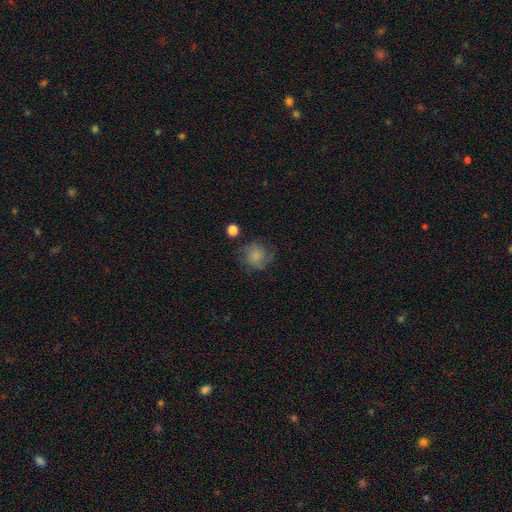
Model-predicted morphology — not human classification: Smooth or featured? Predicted: smooth (p=0.73). How rounded? Predicted: round (p=0.84). Merging? Predicted: none (p=0.67).